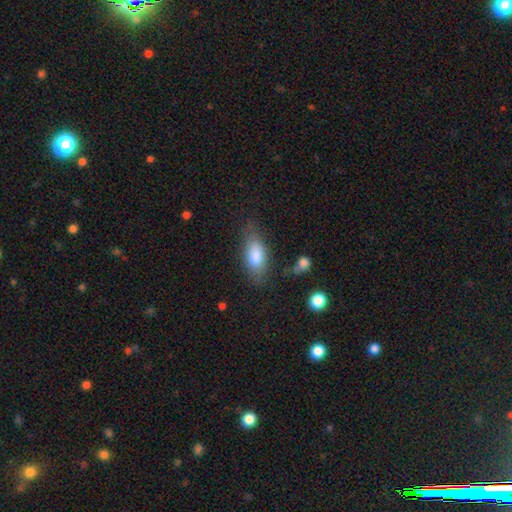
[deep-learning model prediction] Smooth or featured: smooth — 81% (featured or disk — 12%)
How rounded: in between — 83% (cigar-shaped — 14%)
Merging: none — 67% (minor disturbance — 22%)